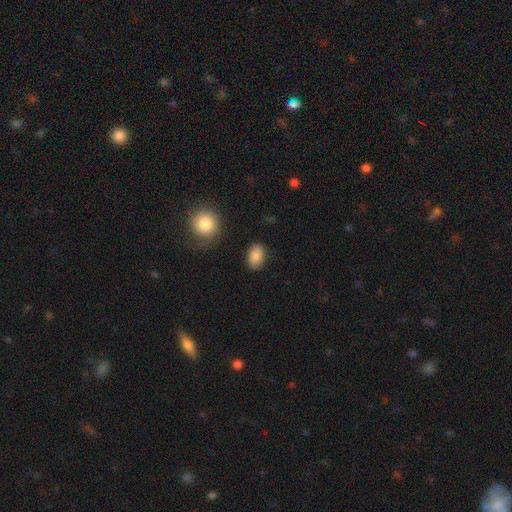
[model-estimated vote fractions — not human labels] A smooth galaxy with no disk features (88%) that is in between round and cigar-shaped (86%). Merging: none (85%).